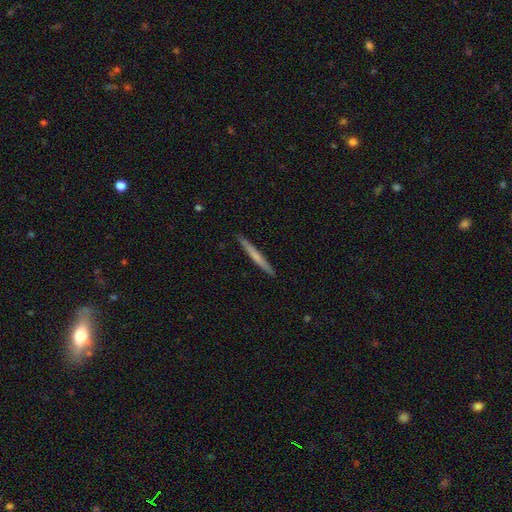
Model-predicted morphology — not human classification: The model was most divided on "smooth or featured": smooth: 54%, featured or disk: 41%, star or artifact: 6%. More confident: how rounded — cigar-shaped (97%); merging — none (91%).